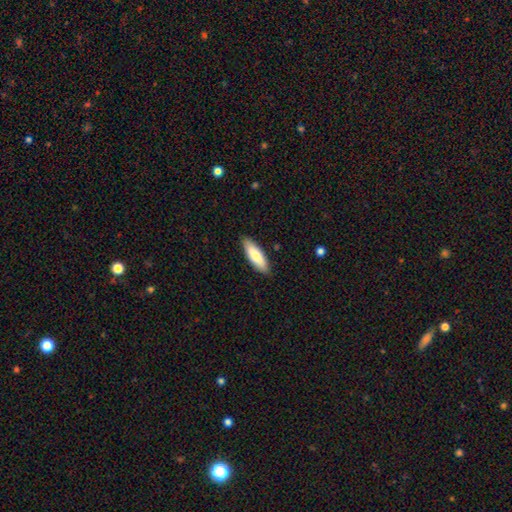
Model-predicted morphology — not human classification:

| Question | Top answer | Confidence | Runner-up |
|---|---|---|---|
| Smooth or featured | smooth | 80% | featured or disk (14%) |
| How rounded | in between | 52% | cigar-shaped (47%) |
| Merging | none | 88% | minor disturbance (9%) |